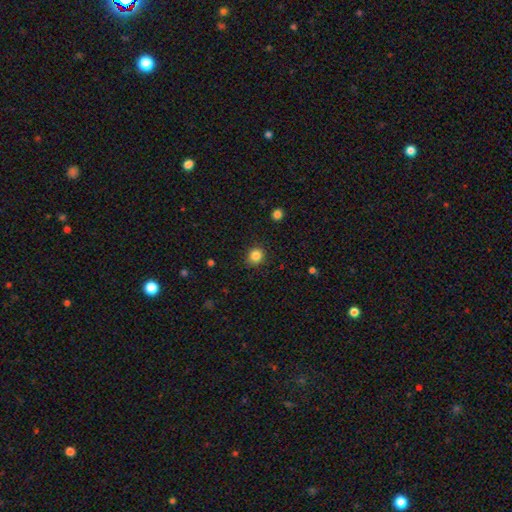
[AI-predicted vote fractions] smooth 84%, star or artifact 11%, featured or disk 4%. Down the decision tree: how rounded — round (85%); merging — none (89%).